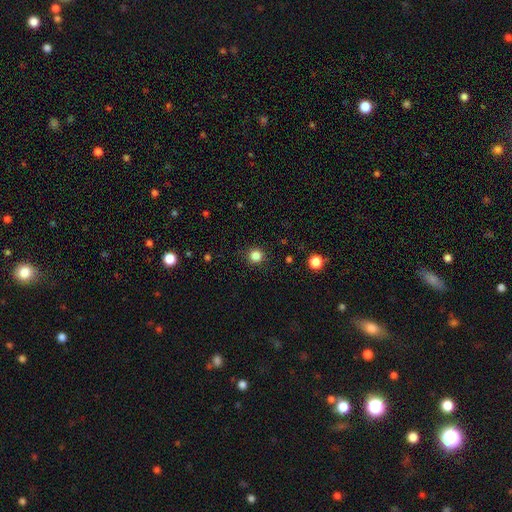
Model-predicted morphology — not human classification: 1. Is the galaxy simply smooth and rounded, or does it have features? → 84% smooth, 12% star or artifact, 4% featured or disk.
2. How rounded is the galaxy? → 93% round, 6% in between, 1% cigar-shaped.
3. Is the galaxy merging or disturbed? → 92% none, 5% minor disturbance, 2% major disturbance, 1% merger.